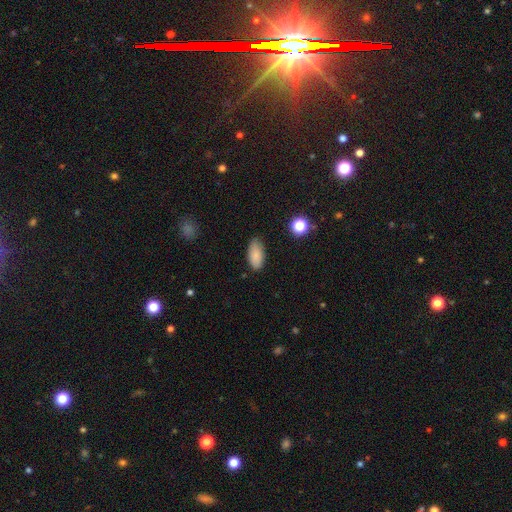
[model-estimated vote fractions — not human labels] Smooth or featured: smooth — 86% (star or artifact — 8%)
How rounded: in between — 91% (cigar-shaped — 6%)
Merging: none — 77% (minor disturbance — 18%)